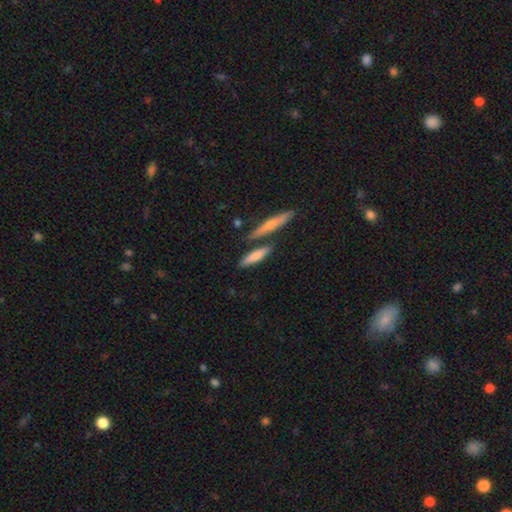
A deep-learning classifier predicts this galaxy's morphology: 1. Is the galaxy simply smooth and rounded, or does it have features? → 70% smooth, 23% featured or disk, 7% star or artifact.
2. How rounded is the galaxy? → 75% cigar-shaped, 22% in between, 3% round.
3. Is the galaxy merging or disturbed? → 68% none, 17% merger, 12% minor disturbance, 3% major disturbance.